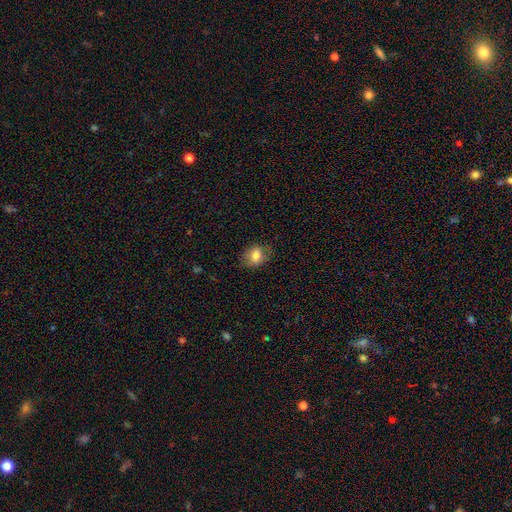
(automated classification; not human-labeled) smooth-or-featured: smooth: 76% | featured or disk: 15% | star or artifact: 9%
  how-rounded: in between: 61% | round: 38% | cigar-shaped: 1%
  merging: none: 78% | minor disturbance: 16% | major disturbance: 5% | merger: 1%